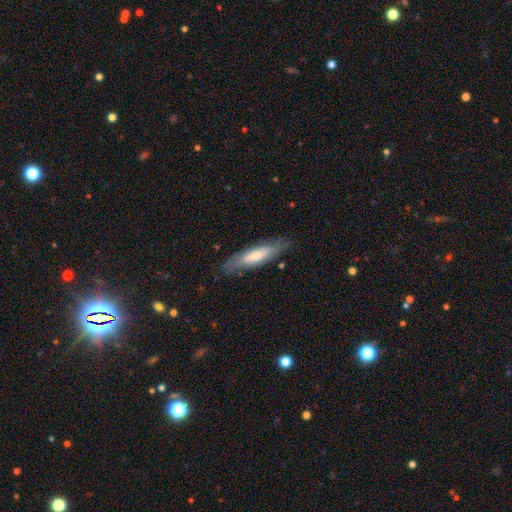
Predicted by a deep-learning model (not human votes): Smooth or featured: smooth — 52% (featured or disk — 42%)
How rounded: cigar-shaped — 65% (in between — 34%)
Merging: none — 79% (minor disturbance — 16%)